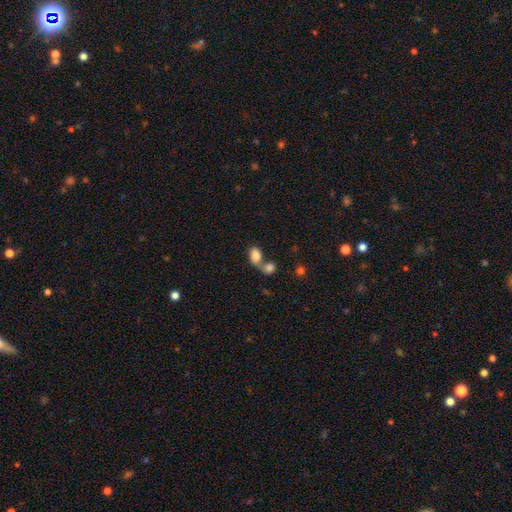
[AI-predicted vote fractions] A smooth galaxy with no disk features (84%) that is in between round and cigar-shaped (87%).

Vote fractions:
- Smooth or featured? smooth: 84% / star or artifact: 8% / featured or disk: 8%
- How rounded? in between: 87% / round: 11% / cigar-shaped: 2%
- Merging? merger: 60% / none: 27% / minor disturbance: 8% / major disturbance: 5%